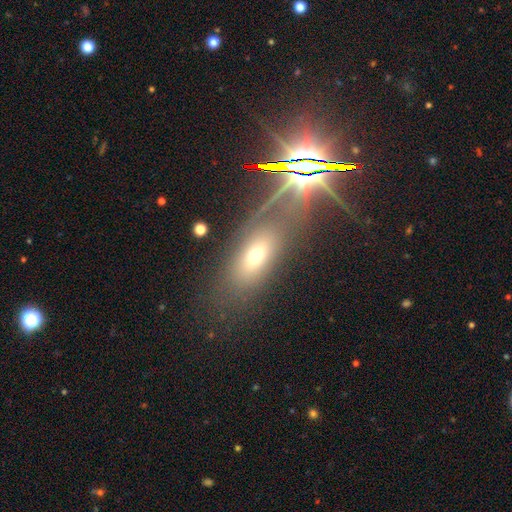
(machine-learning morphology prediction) Q: Smooth or featured?
A: smooth (57%); runner-up: star or artifact (24%)
Q: How rounded?
A: in between (77%); runner-up: round (12%)
Q: Merging?
A: none (72%); runner-up: minor disturbance (13%)